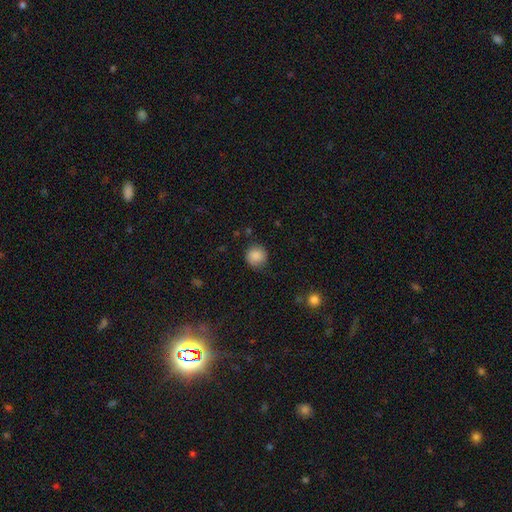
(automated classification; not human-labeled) Q: Smooth or featured?
A: smooth (88%); runner-up: star or artifact (9%)
Q: How rounded?
A: round (92%); runner-up: in between (7%)
Q: Merging?
A: none (85%); runner-up: minor disturbance (11%)